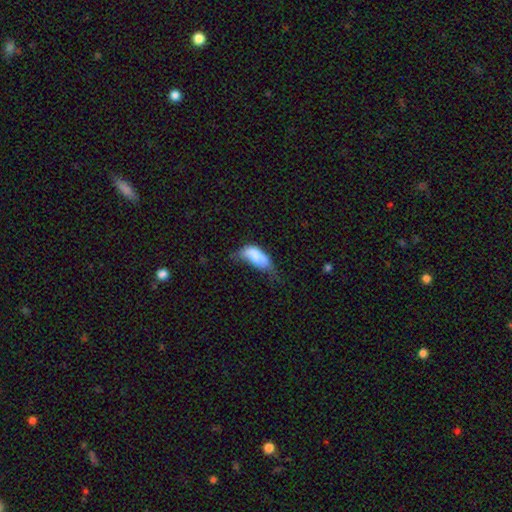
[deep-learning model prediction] This is likely a smooth galaxy (73%). How rounded: clearly in between (88%). Merging: marginally major disturbance (37%).